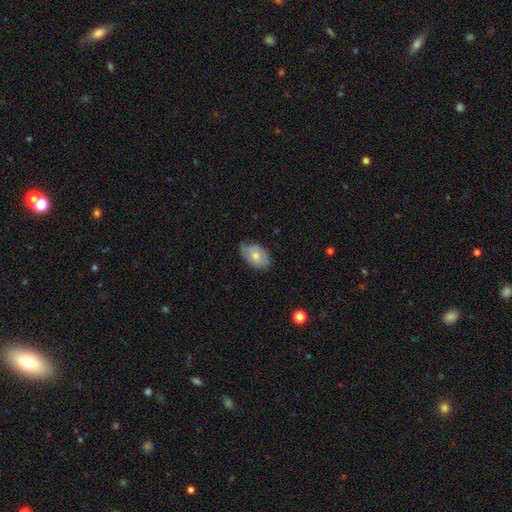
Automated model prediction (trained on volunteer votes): Morphology: type=smooth (62%); roundness=in between (89%); merging=none (57%).